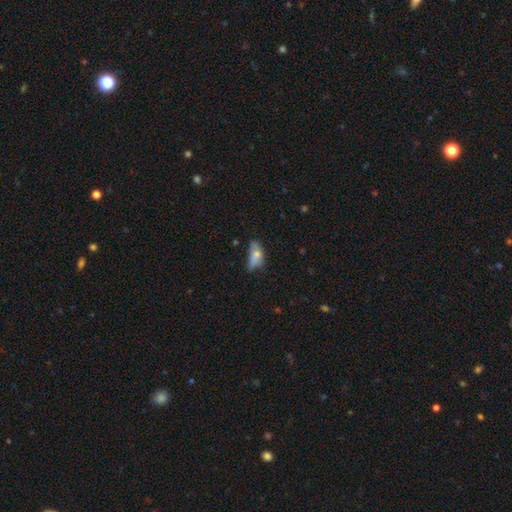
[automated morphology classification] Smooth or featured: smooth — 68% (featured or disk — 22%)
How rounded: in between — 85% (cigar-shaped — 10%)
Merging: minor disturbance — 36% (none — 31%)